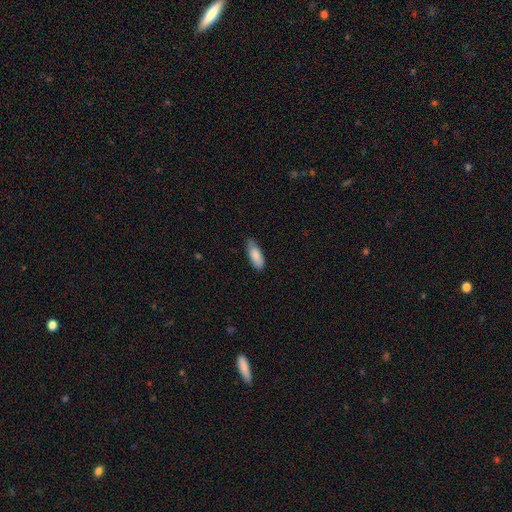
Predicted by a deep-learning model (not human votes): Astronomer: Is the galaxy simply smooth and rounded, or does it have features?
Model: smooth — 86%.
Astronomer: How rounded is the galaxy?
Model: in between — 71%.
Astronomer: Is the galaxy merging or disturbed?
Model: none — 71%.